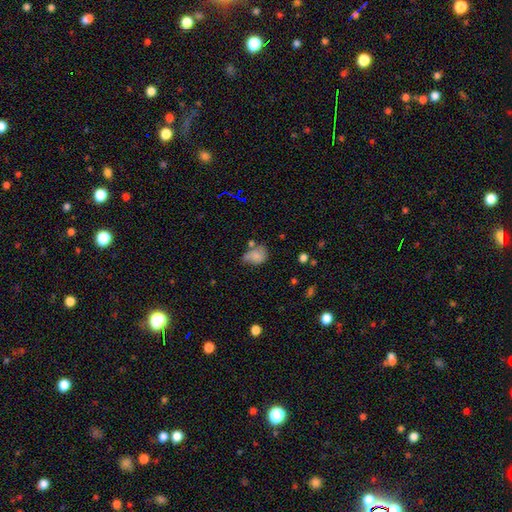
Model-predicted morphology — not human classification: This is likely a smooth galaxy (71%). How rounded: likely in between (64%). Merging: marginally none (37%).